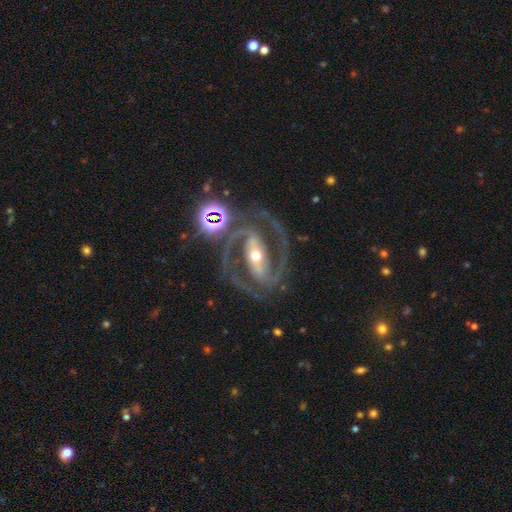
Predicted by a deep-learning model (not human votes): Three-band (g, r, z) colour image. It shows a featured or disk galaxy (92%) with a strong bar (66%), 2 (92%) medium (63%) spiral arms (98%) and a moderate central bulge (65%). Merging: none (75%).